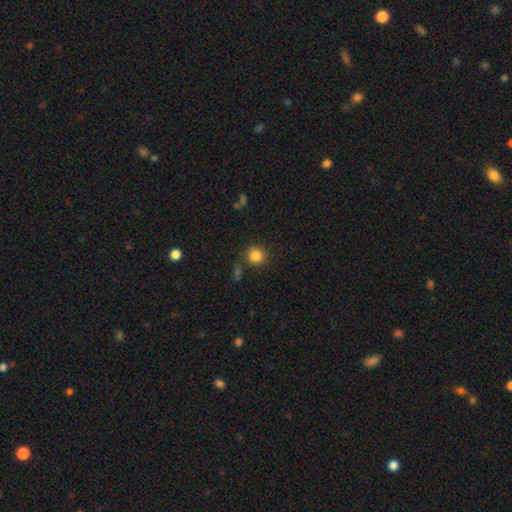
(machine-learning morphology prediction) A smooth galaxy with no disk features (84%) that is round (91%). Merging: none (81%).